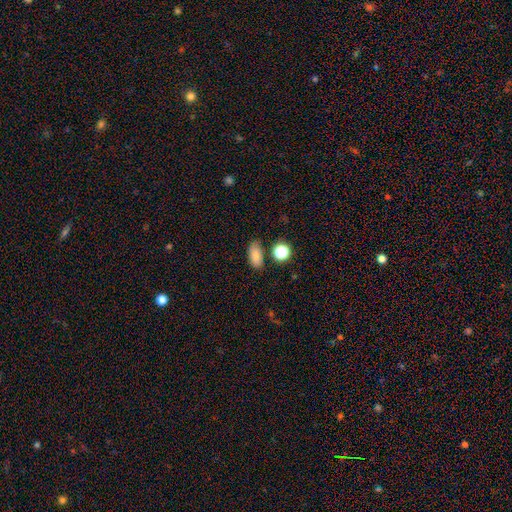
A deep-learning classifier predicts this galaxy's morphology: Smooth or featured?
  - smooth: 80% *
  - star or artifact: 12%
  - featured or disk: 8%
How rounded?
  - in between: 87% *
  - round: 9%
  - cigar-shaped: 5%
Merging?
  - none: 76% *
  - minor disturbance: 15%
  - merger: 5%
  - major disturbance: 4%